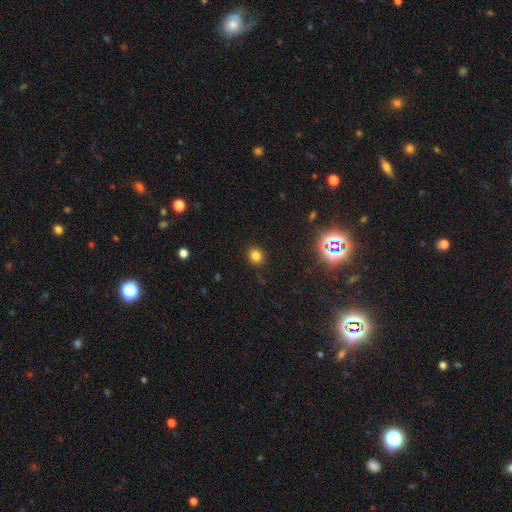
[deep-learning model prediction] This is likely a smooth galaxy (79%). How rounded: clearly round (81%). Merging: clearly none (90%).